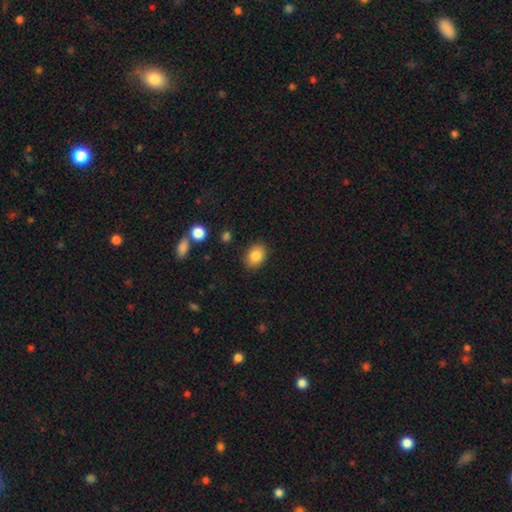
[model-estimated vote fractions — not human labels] Overall: smooth (84%). How rounded: in between (67%; round 32%). Merging: none (87%).